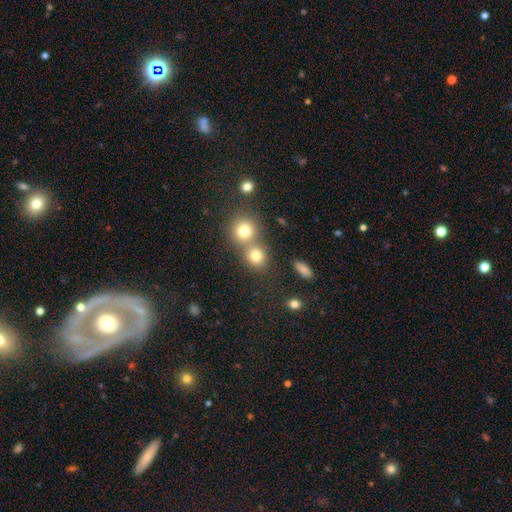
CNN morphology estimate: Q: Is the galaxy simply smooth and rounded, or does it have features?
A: smooth — 77%.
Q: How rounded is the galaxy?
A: round — 83%.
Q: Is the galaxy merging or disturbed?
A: none — 51%.